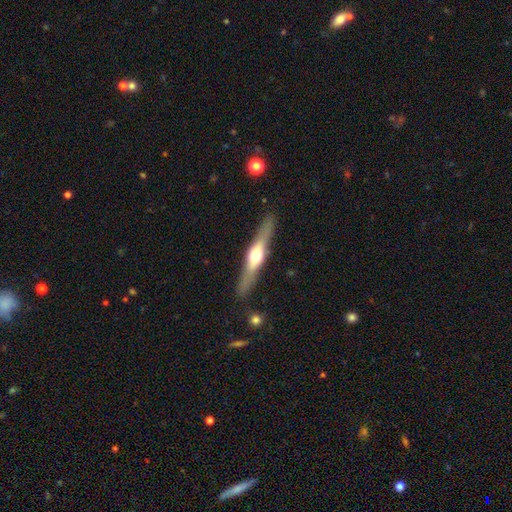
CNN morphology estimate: This appears to be a featured or disk galaxy (70%) viewed edge-on (96%) with a rounded central bulge (91%). Merging: none (87%).